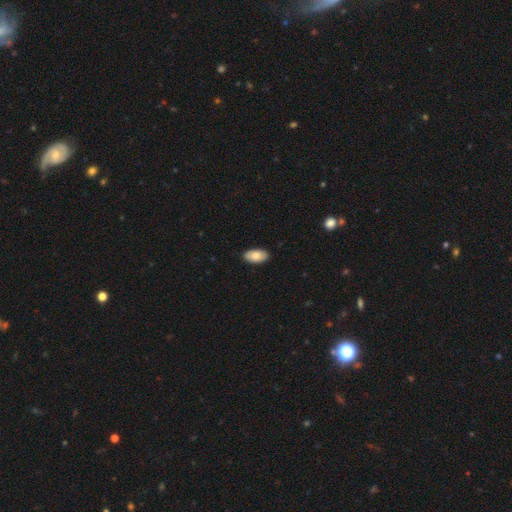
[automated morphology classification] Smooth or featured?
  - smooth: 84% *
  - featured or disk: 10%
  - star or artifact: 6%
How rounded?
  - in between: 95% *
  - round: 3%
  - cigar-shaped: 2%
Merging?
  - none: 89% *
  - minor disturbance: 8%
  - major disturbance: 2%
  - merger: 1%